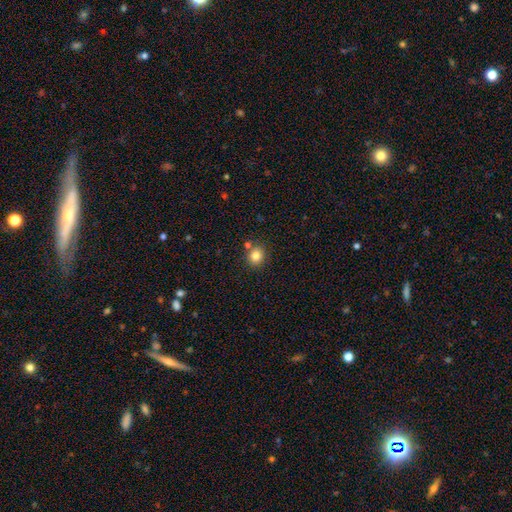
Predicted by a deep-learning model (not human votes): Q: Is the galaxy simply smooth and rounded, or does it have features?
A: smooth — 82%.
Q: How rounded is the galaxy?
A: round — 84%.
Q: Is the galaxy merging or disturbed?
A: none — 79%.